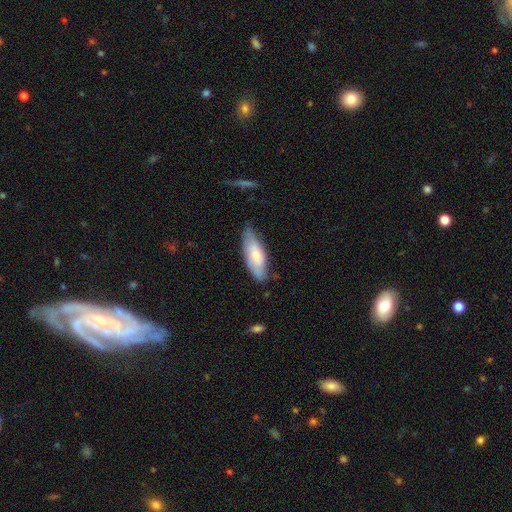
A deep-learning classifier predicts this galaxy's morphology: This appears to be a smooth galaxy with no disk features (69%) that is in between round and cigar-shaped (63%). Merging: none (66%).